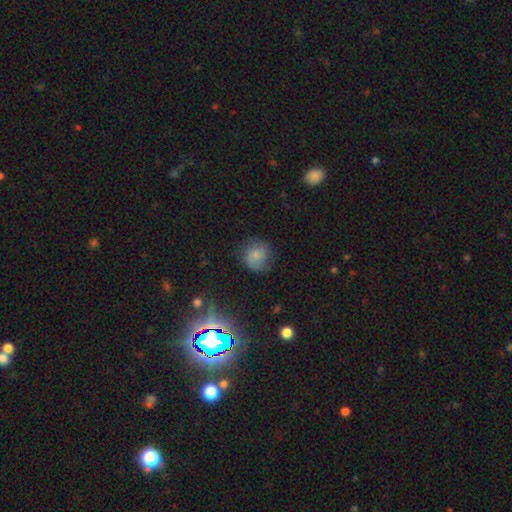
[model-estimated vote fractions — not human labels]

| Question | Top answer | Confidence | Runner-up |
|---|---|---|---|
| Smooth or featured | smooth | 54% | featured or disk (34%) |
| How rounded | round | 82% | in between (17%) |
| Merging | none | 66% | minor disturbance (22%) |